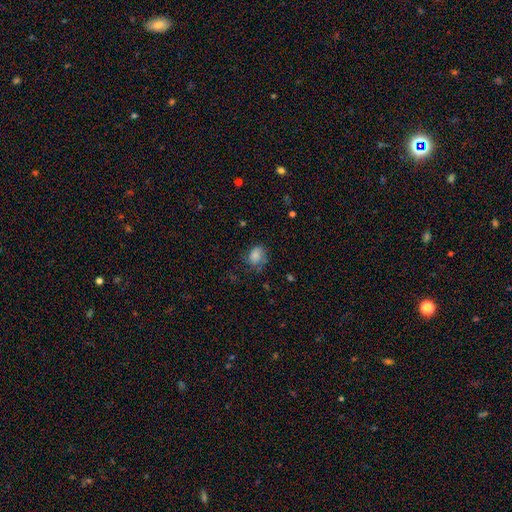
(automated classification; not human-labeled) Morphology: type=smooth (77%); roundness=round (50%); merging=none (56%).